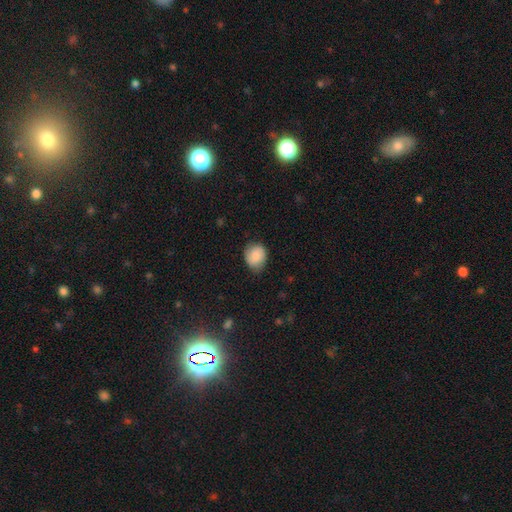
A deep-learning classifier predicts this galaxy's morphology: Smooth or featured? Predicted: smooth (p=0.85). How rounded? Predicted: round (p=0.62). Merging? Predicted: none (p=0.71).